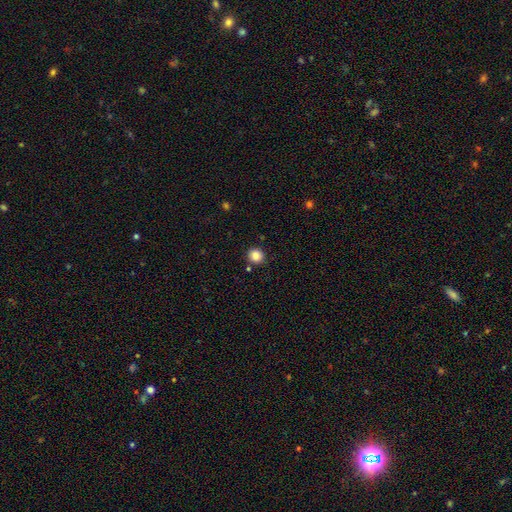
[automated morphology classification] A smooth galaxy with no disk features (85%) that is round (89%). Merging: none (87%).